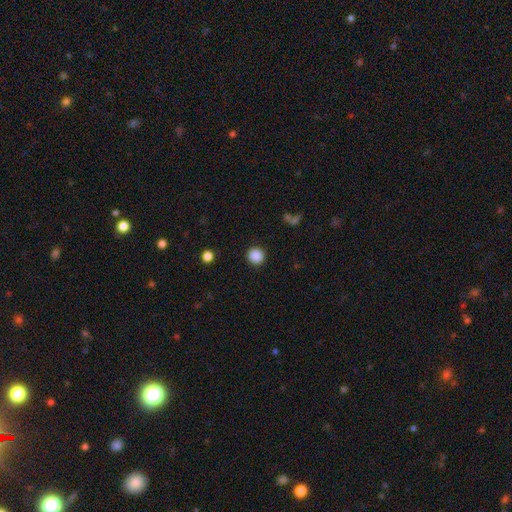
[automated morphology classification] This appears to be a smooth galaxy with no disk features (88%) that is round (92%). Merging: none (91%).